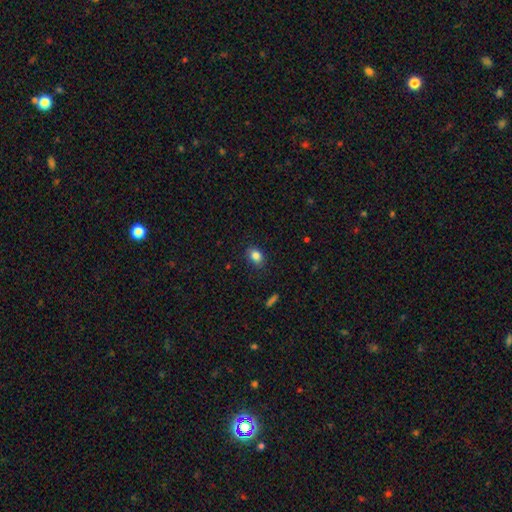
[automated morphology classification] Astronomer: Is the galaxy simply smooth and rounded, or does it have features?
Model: smooth — 84%.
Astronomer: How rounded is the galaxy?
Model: in between — 72%.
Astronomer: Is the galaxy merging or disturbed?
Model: none — 84%.